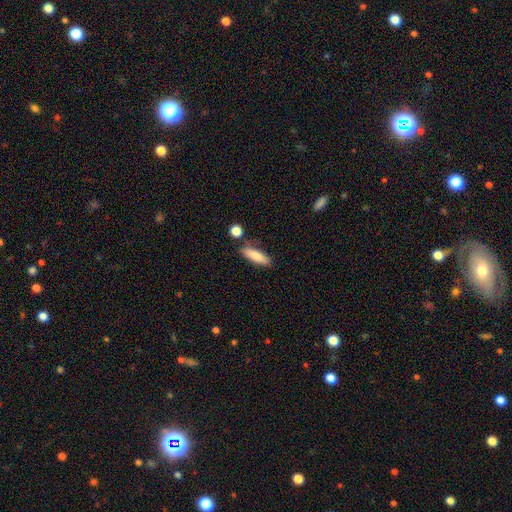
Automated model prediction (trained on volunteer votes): Smooth or featured? Predicted: smooth (p=0.80). How rounded? Predicted: cigar-shaped (p=0.50). Merging? Predicted: none (p=0.75).